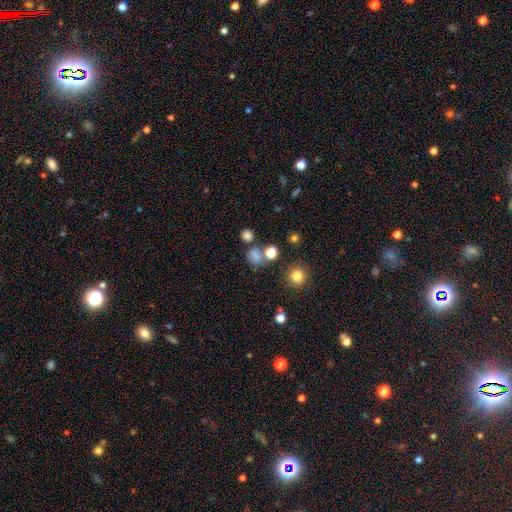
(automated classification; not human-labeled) This appears to be a smooth galaxy with no disk features (69%) that is round (62%). Merging: none (59%).